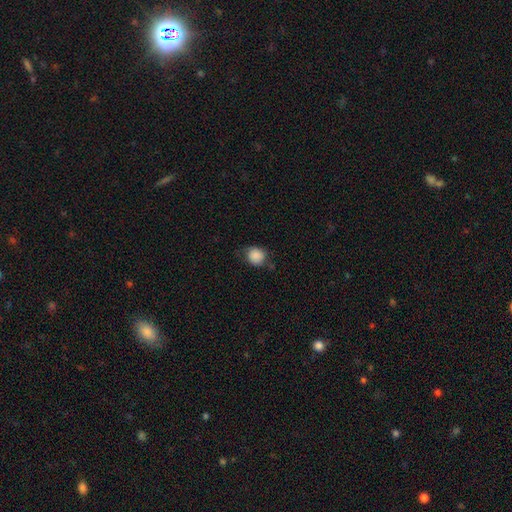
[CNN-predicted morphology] This is clearly a smooth galaxy (86%). How rounded: likely round (79%). Merging: likely none (63%).